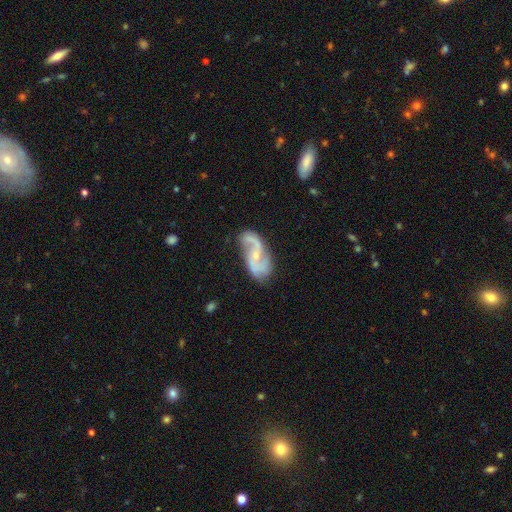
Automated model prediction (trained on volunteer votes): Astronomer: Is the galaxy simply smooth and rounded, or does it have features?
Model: featured or disk — 85%.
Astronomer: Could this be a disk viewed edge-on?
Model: no — 96%.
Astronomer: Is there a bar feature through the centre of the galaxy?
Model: no — 53% (runner-up: weak, 35%).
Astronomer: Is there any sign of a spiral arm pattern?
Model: yes — 95%.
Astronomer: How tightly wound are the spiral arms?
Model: loose — 51% (runner-up: medium, 37%).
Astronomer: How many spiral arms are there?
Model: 2 — 89%.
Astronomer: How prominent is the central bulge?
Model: small — 63%.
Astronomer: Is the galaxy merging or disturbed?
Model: none — 66%.